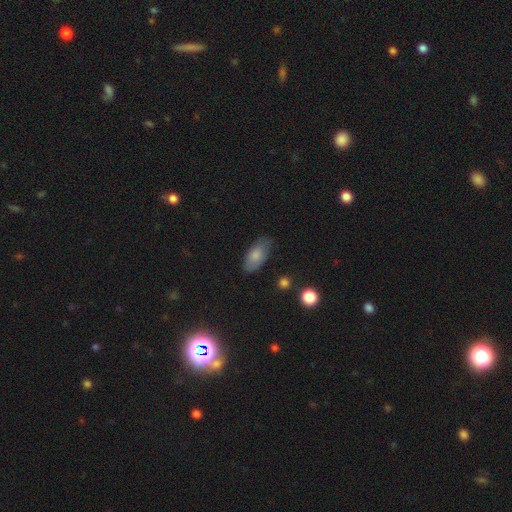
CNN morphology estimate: A smooth galaxy with no disk features (78%) that is in between round and cigar-shaped (90%).

Vote fractions:
- Smooth or featured? smooth: 78% / featured or disk: 15% / star or artifact: 7%
- How rounded? in between: 90% / cigar-shaped: 7% / round: 3%
- Merging? none: 71% / minor disturbance: 23% / major disturbance: 5% / merger: 2%